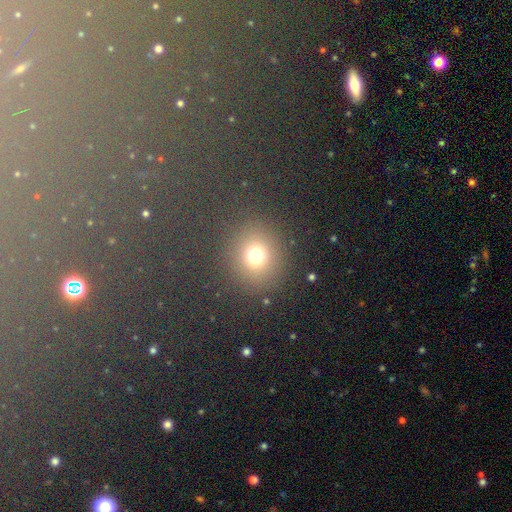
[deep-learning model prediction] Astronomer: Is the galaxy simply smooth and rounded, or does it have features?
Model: smooth — 72%.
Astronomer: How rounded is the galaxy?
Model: round — 86%.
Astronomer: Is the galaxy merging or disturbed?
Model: none — 81%.